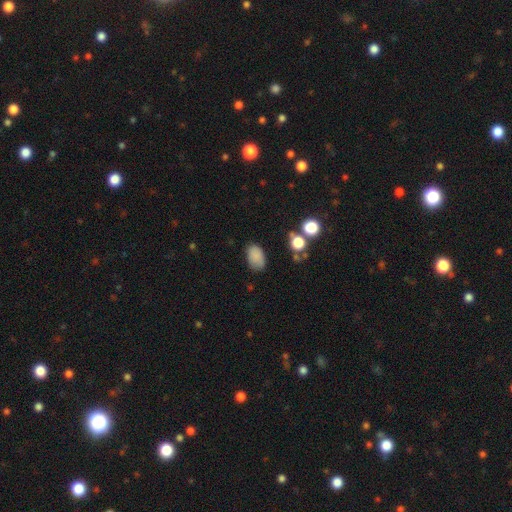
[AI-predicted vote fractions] Overall: smooth (83%). How rounded: in between (88%). Merging: none (73%).